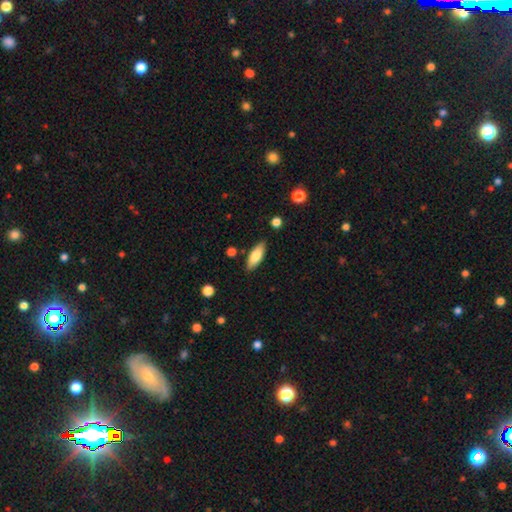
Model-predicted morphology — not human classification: type=smooth (79%); roundness=in between (69%); merging=none (86%).